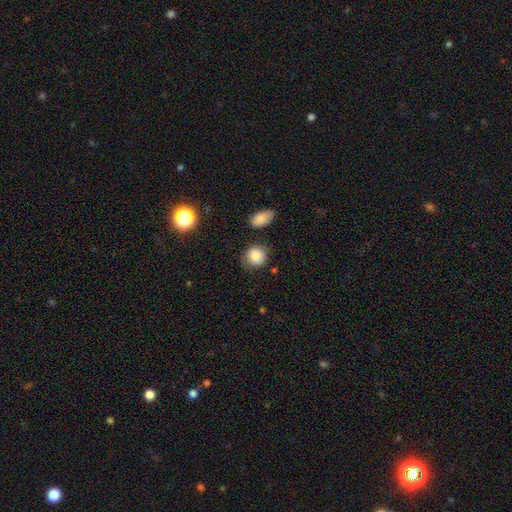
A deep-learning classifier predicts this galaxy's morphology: Smooth or featured? Predicted: smooth (p=0.84). How rounded? Predicted: round (p=0.83). Merging? Predicted: none (p=0.69).